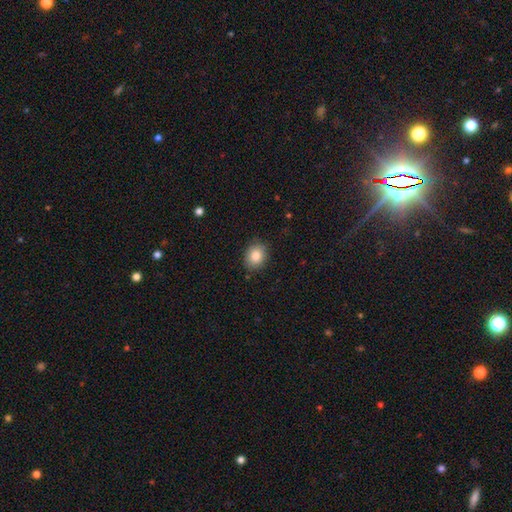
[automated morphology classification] smooth 85%, star or artifact 8%, featured or disk 7%. Down the decision tree: how rounded — round (51%); merging — none (85%).